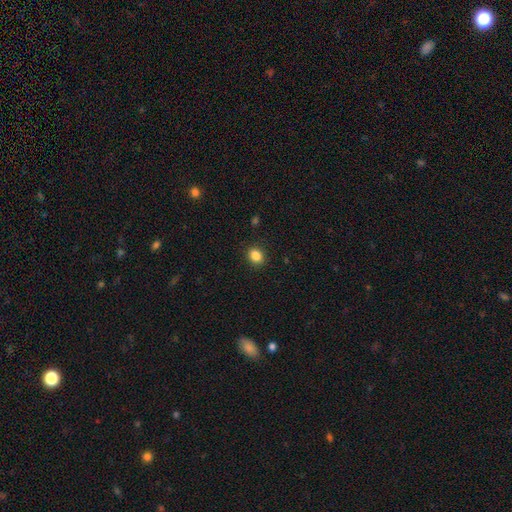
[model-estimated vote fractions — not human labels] Morphology: type=smooth (86%); roundness=round (64%); merging=none (90%).